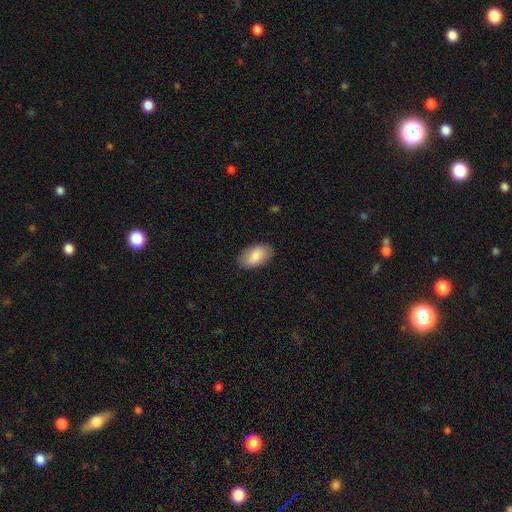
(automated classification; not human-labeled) Smooth or featured? smooth (87%)
How rounded? in between (95%)
Merging? none (85%)